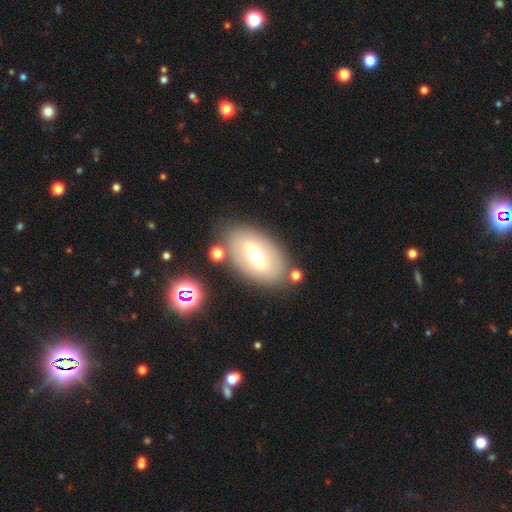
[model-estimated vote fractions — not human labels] The model was most divided on "smooth or featured": smooth: 46%, featured or disk: 45%, star or artifact: 9%. More confident: merging — none (79%).